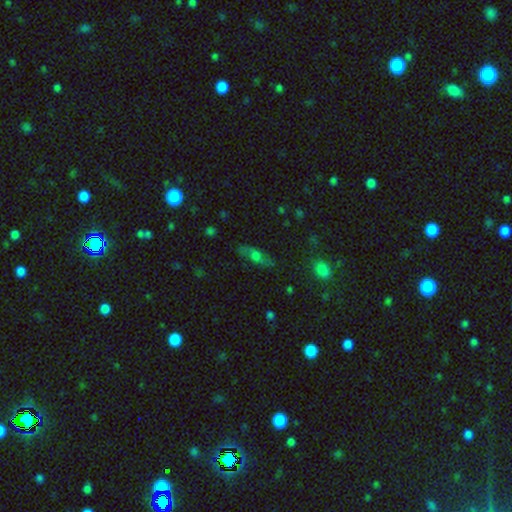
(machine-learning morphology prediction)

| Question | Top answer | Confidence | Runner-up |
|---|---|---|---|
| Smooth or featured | smooth | 48% | featured or disk (37%) |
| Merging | none | 74% | minor disturbance (17%) |